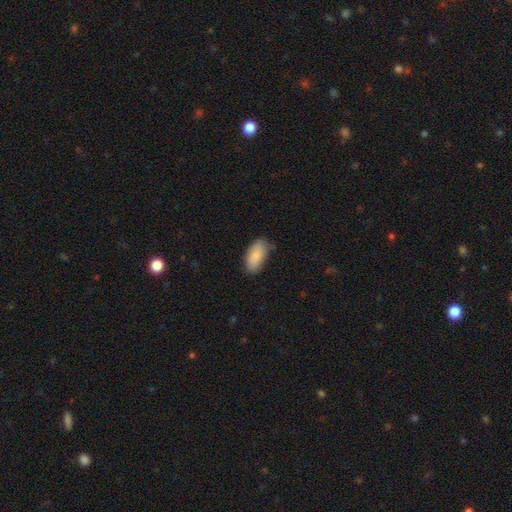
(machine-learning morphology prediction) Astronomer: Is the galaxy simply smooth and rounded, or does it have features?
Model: smooth — 86%.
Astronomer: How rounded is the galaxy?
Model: in between — 91%.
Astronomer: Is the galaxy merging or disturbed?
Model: none — 76%.